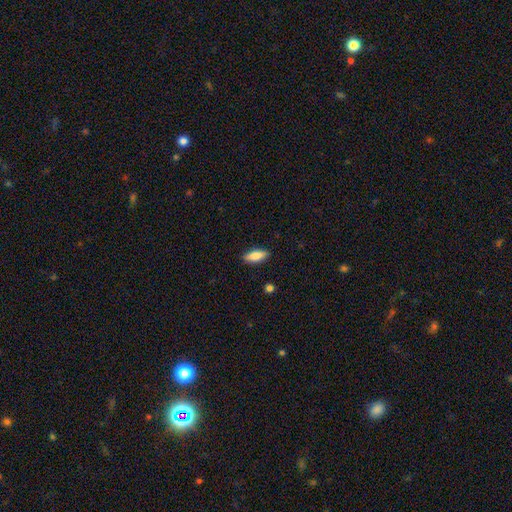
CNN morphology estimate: A smooth galaxy with no disk features (81%) that is in between round and cigar-shaped (70%).

Vote fractions:
- Smooth or featured? smooth: 81% / featured or disk: 13% / star or artifact: 6%
- How rounded? in between: 70% / cigar-shaped: 28% / round: 2%
- Merging? none: 88% / minor disturbance: 8% / major disturbance: 2% / merger: 1%